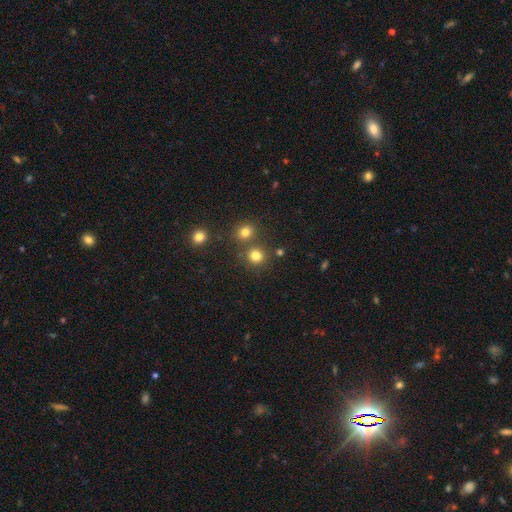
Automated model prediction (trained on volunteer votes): Overall: smooth (79%). How rounded: round (89%). Merging: none (73%).